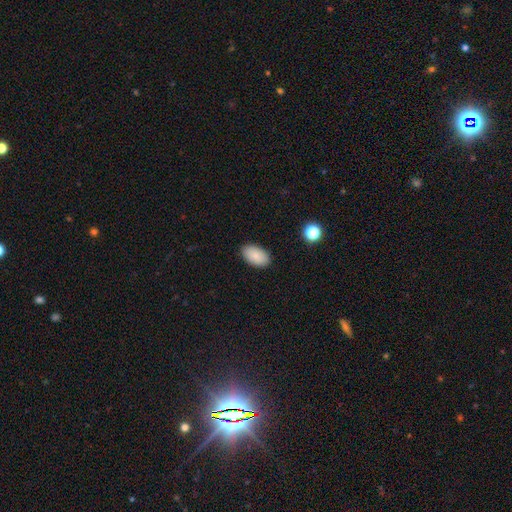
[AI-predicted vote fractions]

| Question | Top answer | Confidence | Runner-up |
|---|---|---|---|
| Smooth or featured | smooth | 86% | star or artifact (7%) |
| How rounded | in between | 94% | round (4%) |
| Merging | none | 89% | minor disturbance (8%) |